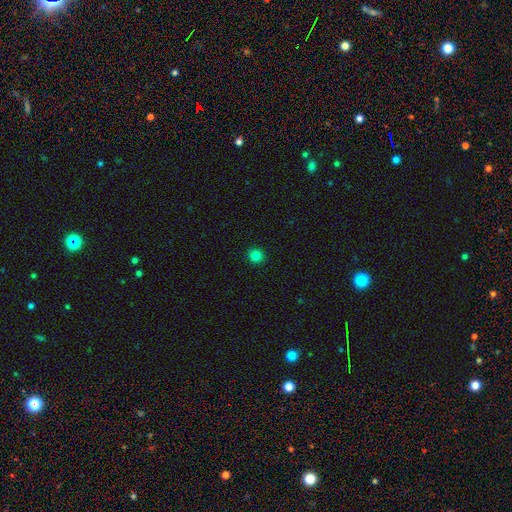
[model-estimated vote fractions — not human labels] smooth-or-featured: smooth: 82% | star or artifact: 14% | featured or disk: 4%
  how-rounded: round: 93% | in between: 6% | cigar-shaped: 1%
  merging: none: 93% | minor disturbance: 4% | major disturbance: 1% | merger: 1%